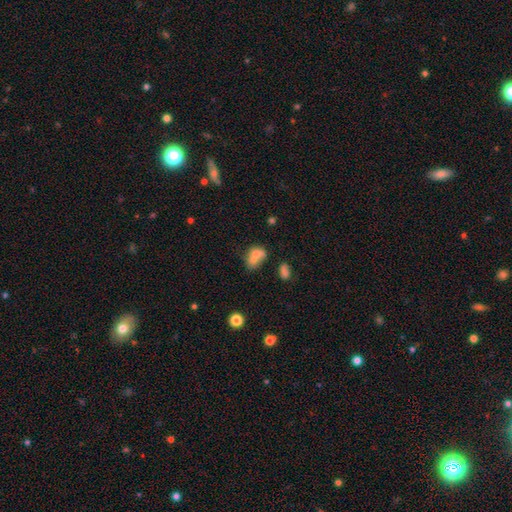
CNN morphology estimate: smooth 71%, featured or disk 18%, star or artifact 12%. Down the decision tree: how rounded — in between (66%); merging — merger (60%).